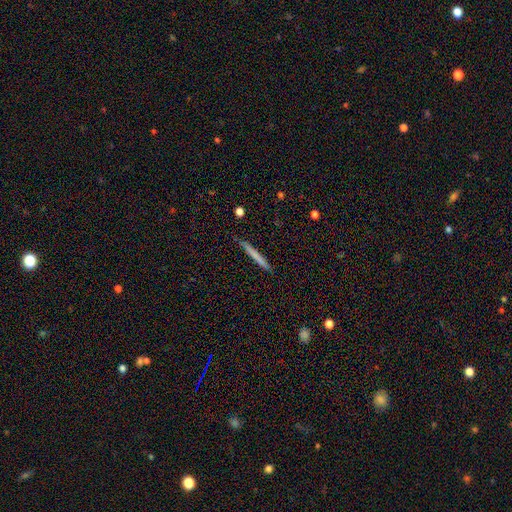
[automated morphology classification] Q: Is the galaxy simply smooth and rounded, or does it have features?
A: smooth — 67%.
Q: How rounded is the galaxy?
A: cigar-shaped — 97%.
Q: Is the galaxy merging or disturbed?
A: none — 90%.